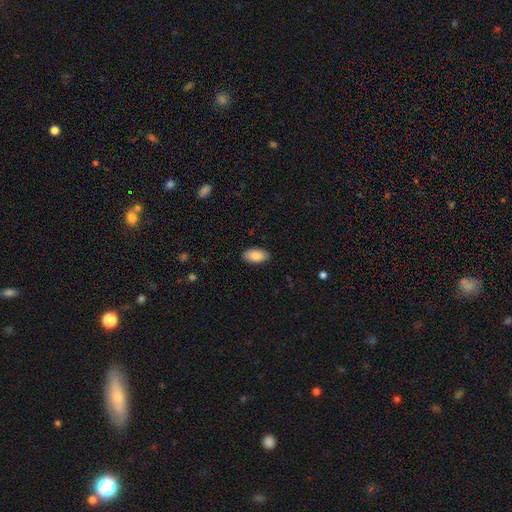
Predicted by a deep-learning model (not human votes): smooth-or-featured: smooth: 87% | featured or disk: 7% | star or artifact: 6%
  how-rounded: in between: 95% | round: 3% | cigar-shaped: 2%
  merging: none: 88% | minor disturbance: 9% | major disturbance: 2% | merger: 1%